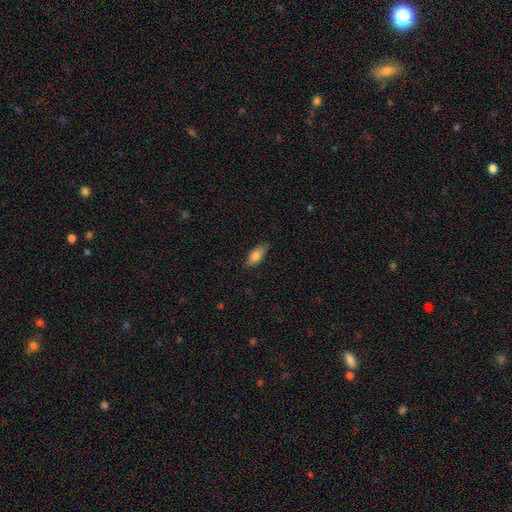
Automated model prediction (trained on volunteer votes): Smooth or featured? smooth (79%)
How rounded? in between (78%)
Merging? none (82%)